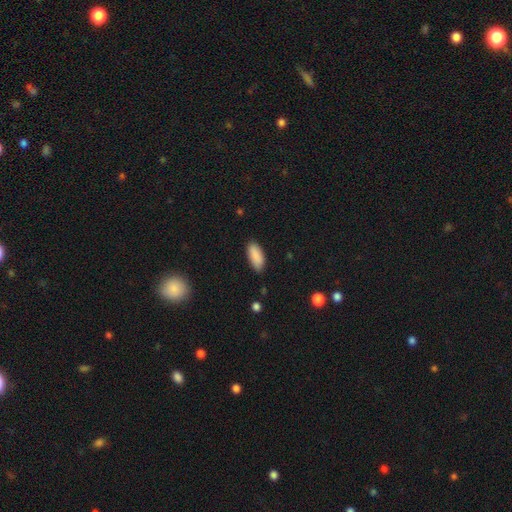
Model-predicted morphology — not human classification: smooth 90%, star or artifact 6%, featured or disk 4%. Down the decision tree: how rounded — in between (86%); merging — none (84%).